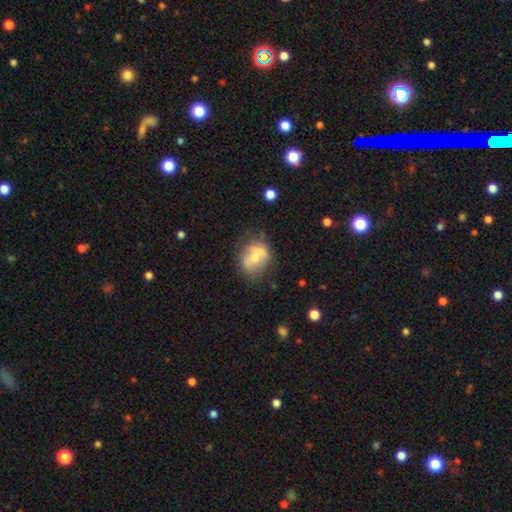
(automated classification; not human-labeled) Smooth or featured?
  - smooth: 54% *
  - featured or disk: 38%
  - star or artifact: 8%
How rounded?
  - in between: 53% *
  - round: 45%
  - cigar-shaped: 2%
Merging?
  - none: 51% *
  - minor disturbance: 28%
  - major disturbance: 14%
  - merger: 7%